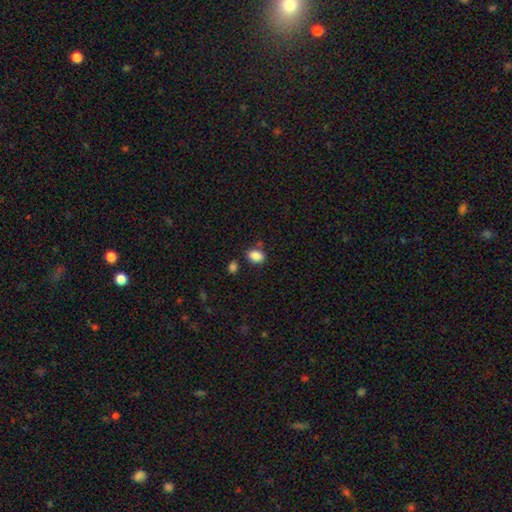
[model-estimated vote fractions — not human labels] This is clearly a smooth galaxy (87%). How rounded: likely in between (78%). Merging: likely none (75%).